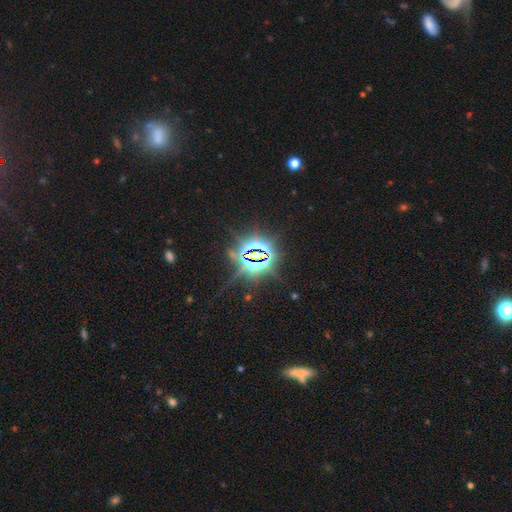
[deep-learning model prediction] smooth-or-featured: star or artifact: 84% | smooth: 8% | featured or disk: 8%